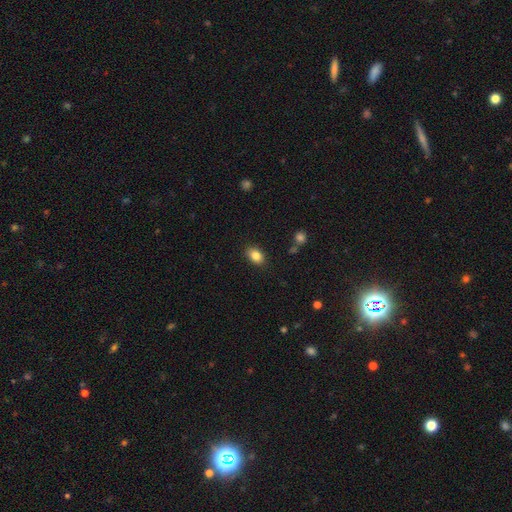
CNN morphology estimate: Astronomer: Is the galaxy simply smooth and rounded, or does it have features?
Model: smooth — 85%.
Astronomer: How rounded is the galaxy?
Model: in between — 81%.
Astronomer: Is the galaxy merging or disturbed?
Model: none — 87%.